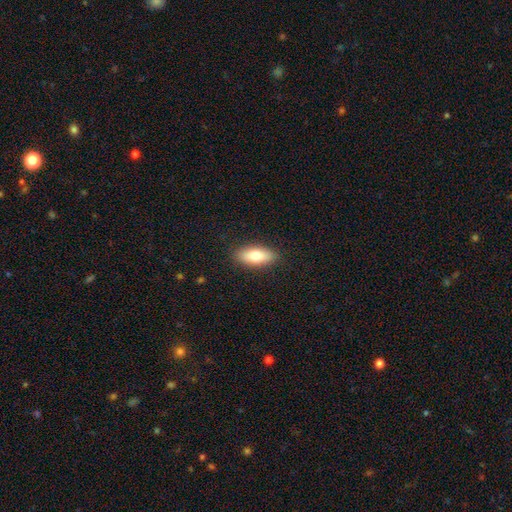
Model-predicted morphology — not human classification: Overall: smooth (77%). How rounded: in between (80%). Merging: none (89%).